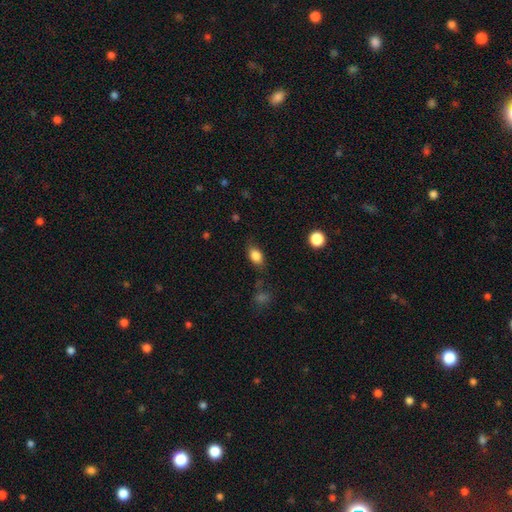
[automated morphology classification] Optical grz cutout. It shows a smooth galaxy with no disk features (84%) that is in between round and cigar-shaped (83%). Merging: none (75%).